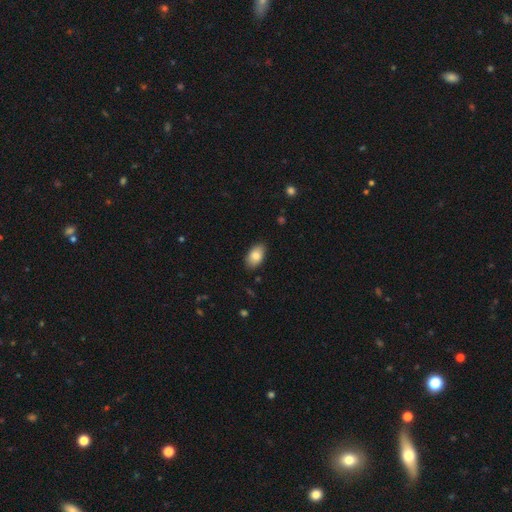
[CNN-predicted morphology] Overall: smooth (84%). How rounded: in between (93%). Merging: none (86%).